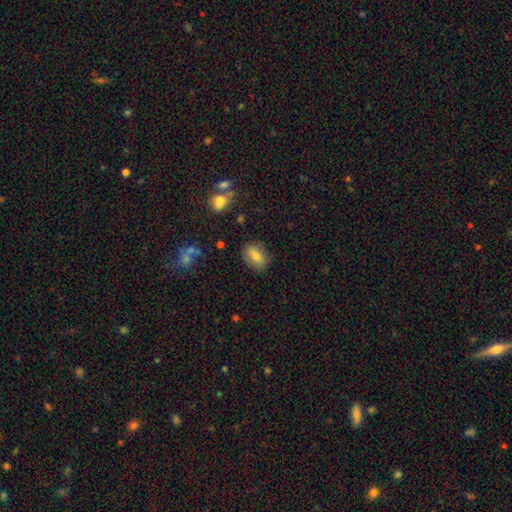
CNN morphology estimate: A smooth galaxy with no disk features (78%) that is in between round and cigar-shaped (78%). Merging: none (82%).